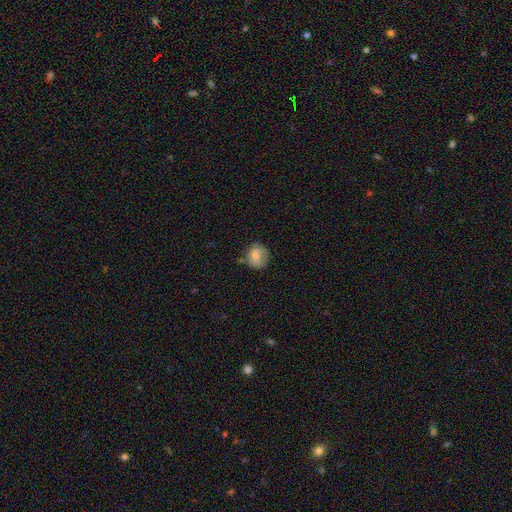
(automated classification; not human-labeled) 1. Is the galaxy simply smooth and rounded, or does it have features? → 72% smooth, 20% featured or disk, 8% star or artifact.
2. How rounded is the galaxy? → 74% round, 25% in between, 1% cigar-shaped.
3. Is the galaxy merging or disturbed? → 62% none, 27% minor disturbance, 8% major disturbance, 4% merger.